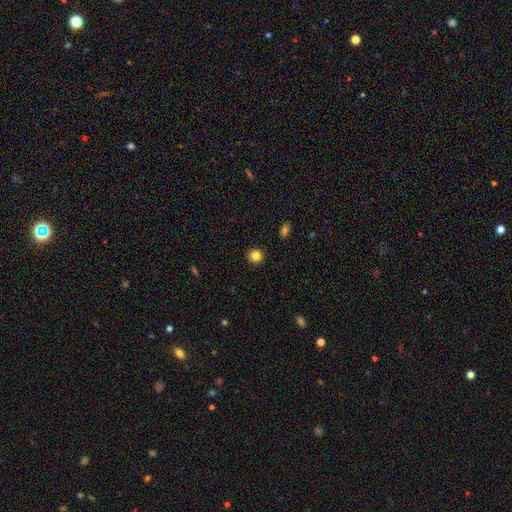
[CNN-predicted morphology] Smooth or featured?
  - smooth: 84% *
  - star or artifact: 11%
  - featured or disk: 5%
How rounded?
  - round: 91% *
  - in between: 8%
  - cigar-shaped: 1%
Merging?
  - none: 93% *
  - minor disturbance: 5%
  - major disturbance: 2%
  - merger: 1%